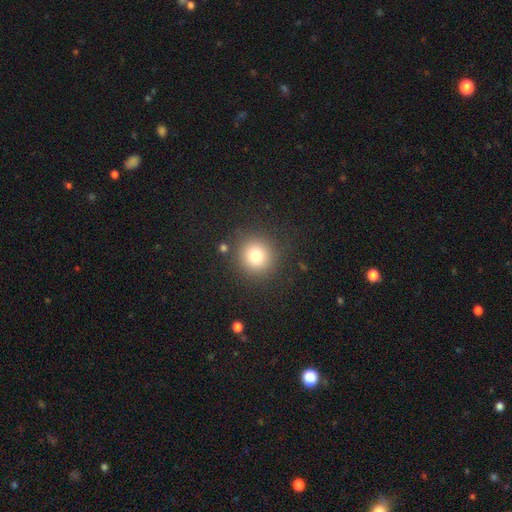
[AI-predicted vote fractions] This appears to be a smooth galaxy with no disk features (77%) that is round (94%). Merging: none (87%).